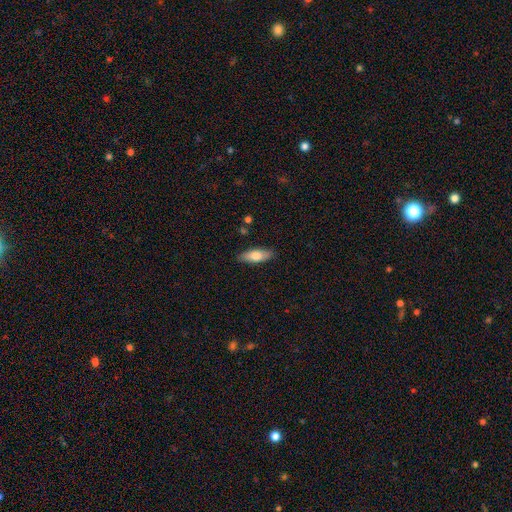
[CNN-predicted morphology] Q: Smooth or featured?
A: smooth (72%); runner-up: featured or disk (22%)
Q: How rounded?
A: in between (68%); runner-up: cigar-shaped (30%)
Q: Merging?
A: none (87%); runner-up: minor disturbance (9%)